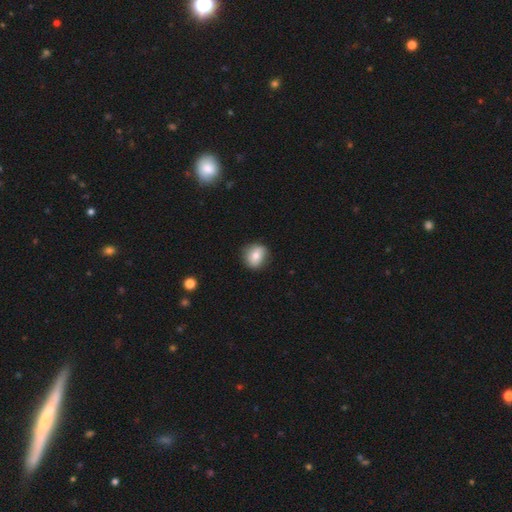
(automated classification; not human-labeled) smooth_or_featured: smooth (p=0.73) [alt: featured or disk p=0.18]
how_rounded: round (p=0.79) [alt: in between p=0.20]
merging: none (p=0.82) [alt: minor disturbance p=0.14]